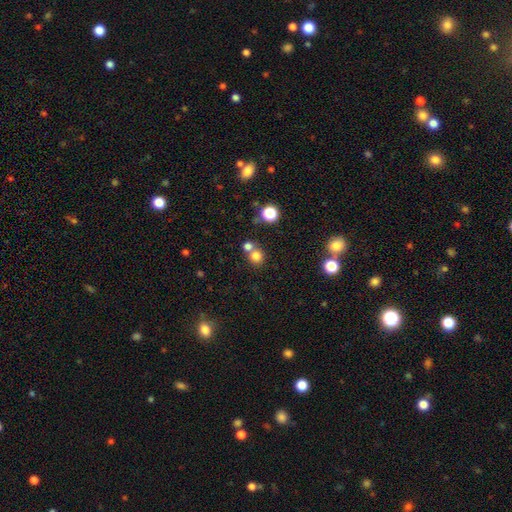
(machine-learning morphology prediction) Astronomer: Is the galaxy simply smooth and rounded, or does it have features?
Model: smooth — 78%.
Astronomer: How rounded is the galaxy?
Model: round — 85%.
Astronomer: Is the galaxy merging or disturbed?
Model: none — 53% (runner-up: merger, 37%).